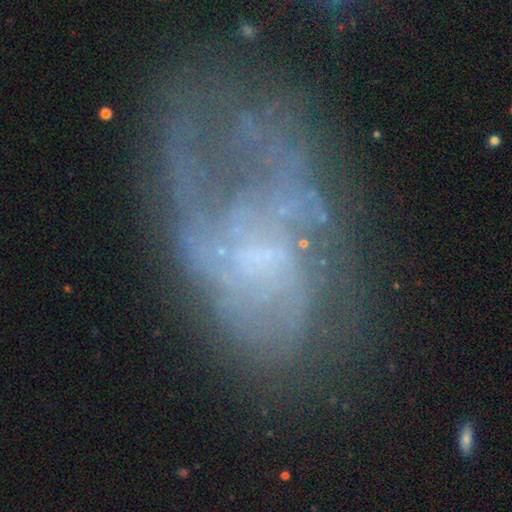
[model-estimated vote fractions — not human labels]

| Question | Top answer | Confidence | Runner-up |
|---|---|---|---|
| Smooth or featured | featured or disk | 68% | smooth (18%) |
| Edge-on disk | no | 96% | yes (4%) |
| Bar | no | 67% | weak (28%) |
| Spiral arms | yes | 61% | no (39%) |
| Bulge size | none | 48% | small (36%) |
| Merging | major disturbance | 38% | none (37%) |